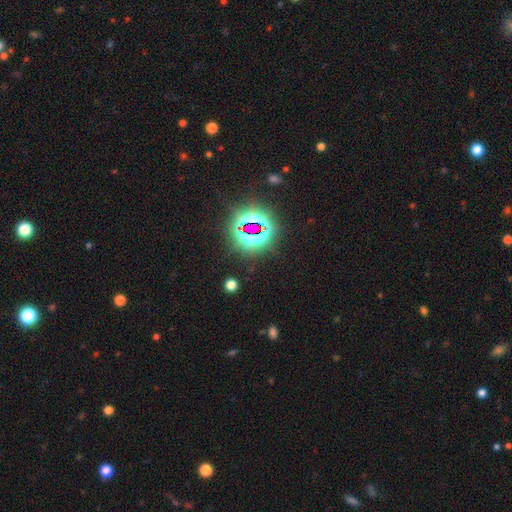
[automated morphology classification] smooth_or_featured: star or artifact (p=0.83) [alt: smooth p=0.10]